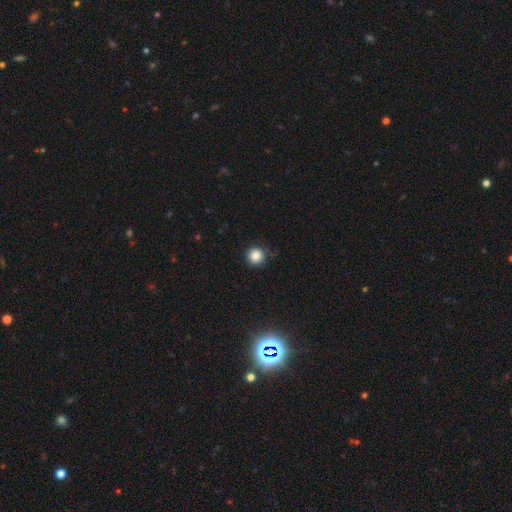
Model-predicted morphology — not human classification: Smooth or featured?
  - smooth: 84% *
  - star or artifact: 11%
  - featured or disk: 5%
How rounded?
  - round: 95% *
  - in between: 4%
  - cigar-shaped: 1%
Merging?
  - none: 87% *
  - minor disturbance: 10%
  - major disturbance: 2%
  - merger: 1%